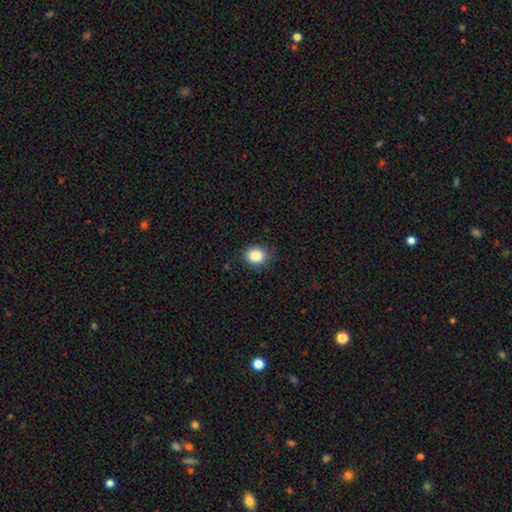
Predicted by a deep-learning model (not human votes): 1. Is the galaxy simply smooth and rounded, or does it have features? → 87% smooth, 9% star or artifact, 4% featured or disk.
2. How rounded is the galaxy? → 64% round, 35% in between, 1% cigar-shaped.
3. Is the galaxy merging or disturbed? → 85% none, 11% minor disturbance, 3% major disturbance, 1% merger.